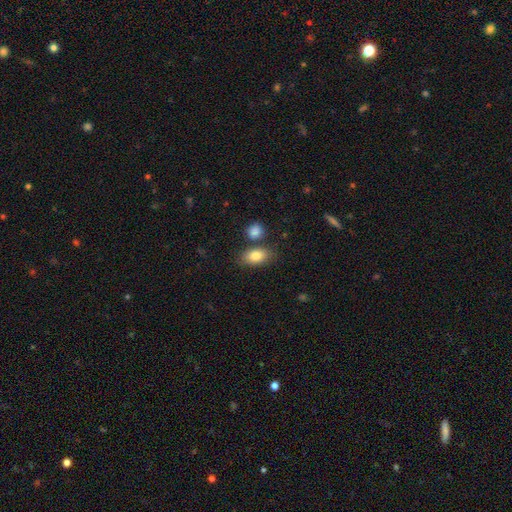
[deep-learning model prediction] Smooth or featured? smooth (83%)
How rounded? in between (88%)
Merging? none (72%)